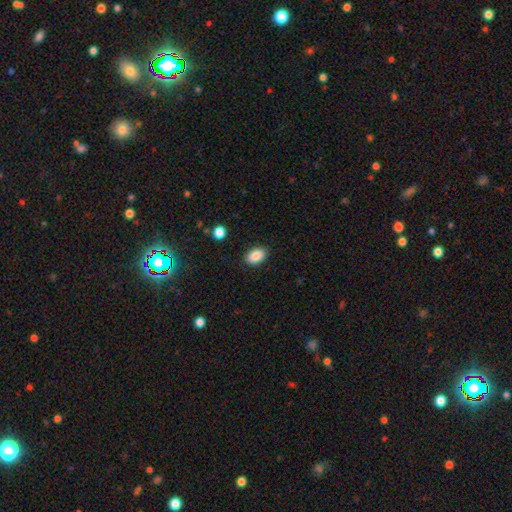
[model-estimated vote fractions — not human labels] smooth 88%, star or artifact 8%, featured or disk 4%. Down the decision tree: how rounded — in between (89%); merging — none (88%).